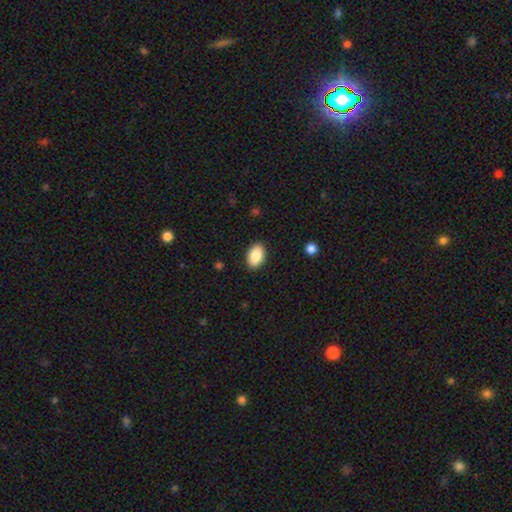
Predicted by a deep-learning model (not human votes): smooth-or-featured: smooth: 88% | star or artifact: 7% | featured or disk: 6%
  how-rounded: in between: 92% | round: 6% | cigar-shaped: 1%
  merging: none: 89% | minor disturbance: 8% | major disturbance: 2% | merger: 1%